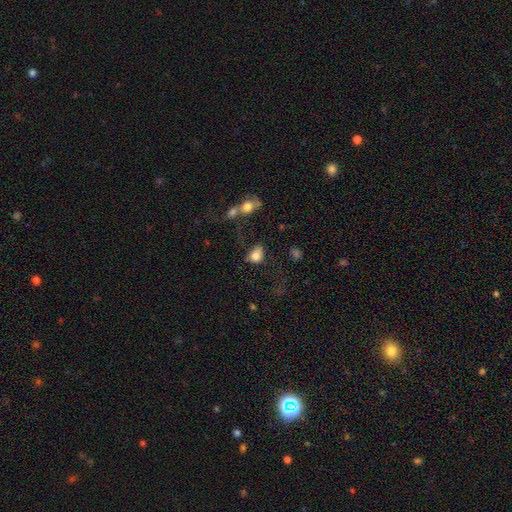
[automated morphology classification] type=smooth (79%); roundness=in between (68%); merging=none (42%).